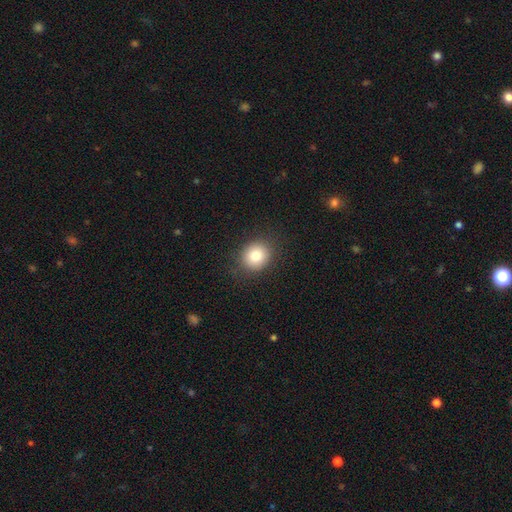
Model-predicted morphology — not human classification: Overall: smooth (82%). How rounded: round (77%). Merging: none (88%).